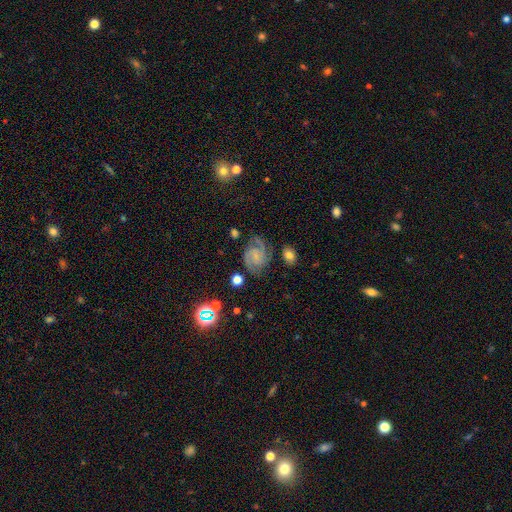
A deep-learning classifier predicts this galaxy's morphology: This appears to be a featured or disk galaxy (76%) with no bar (57%), 2 (65%) medium (48%) spiral arms (95%) and a small central bulge (56%). Merging: none (66%).